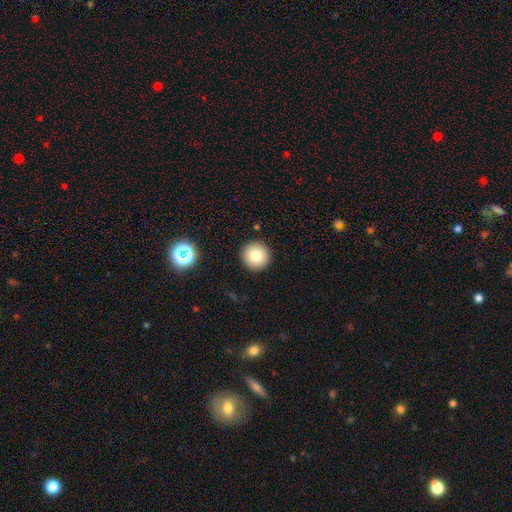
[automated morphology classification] smooth 80%, star or artifact 11%, featured or disk 9%. Down the decision tree: how rounded — round (96%); merging — none (92%).